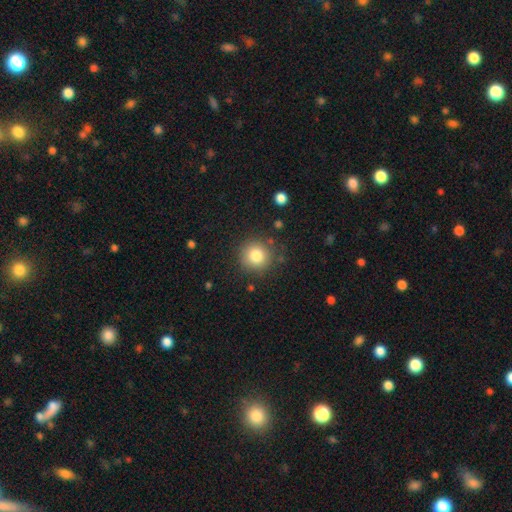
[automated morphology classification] type=smooth (82%); roundness=round (93%); merging=none (85%).